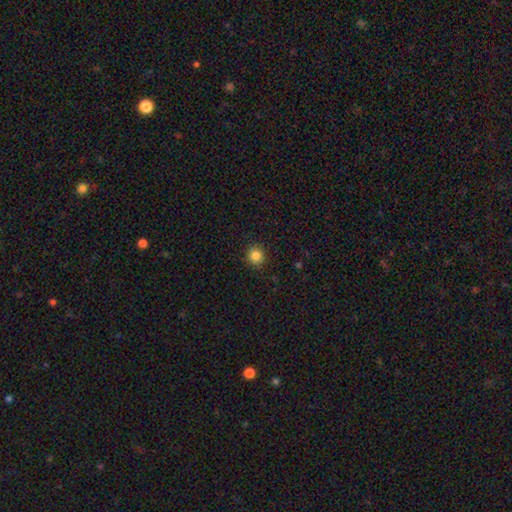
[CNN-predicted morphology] smooth 84%, star or artifact 12%, featured or disk 4%. Down the decision tree: how rounded — round (92%); merging — none (92%).